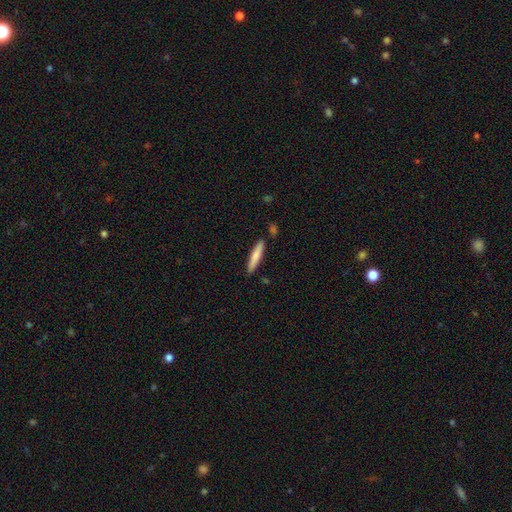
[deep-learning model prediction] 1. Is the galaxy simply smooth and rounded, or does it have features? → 76% smooth, 19% featured or disk, 5% star or artifact.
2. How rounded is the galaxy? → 90% cigar-shaped, 8% in between, 1% round.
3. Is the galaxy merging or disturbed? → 86% none, 9% minor disturbance, 3% merger, 2% major disturbance.